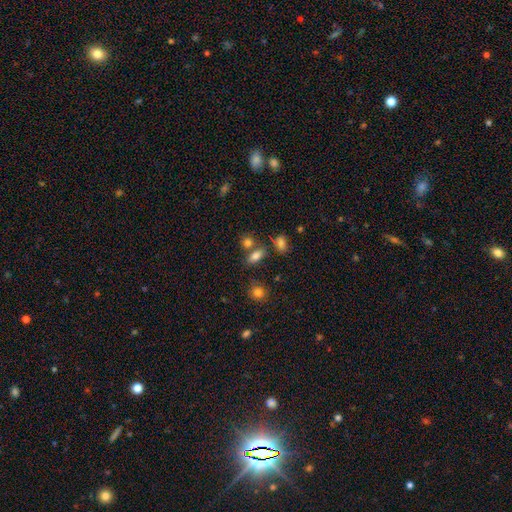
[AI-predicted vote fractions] A smooth galaxy with no disk features (78%) that is in between round and cigar-shaped (79%).

Vote fractions:
- Smooth or featured? smooth: 78% / star or artifact: 11% / featured or disk: 11%
- How rounded? in between: 79% / round: 14% / cigar-shaped: 7%
- Merging? none: 63% / merger: 20% / minor disturbance: 13% / major disturbance: 5%